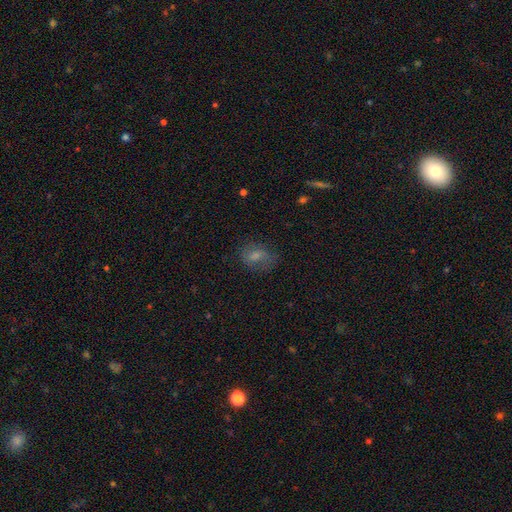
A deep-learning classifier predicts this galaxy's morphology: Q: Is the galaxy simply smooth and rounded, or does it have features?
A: smooth — 65%.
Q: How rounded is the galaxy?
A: in between — 64%.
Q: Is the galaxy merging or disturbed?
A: none — 64%.